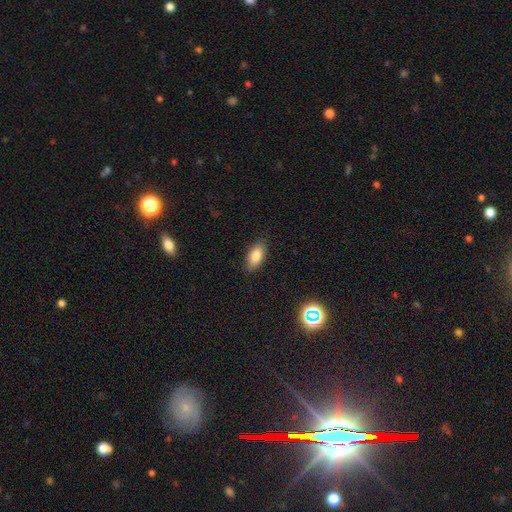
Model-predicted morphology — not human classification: smooth-or-featured: smooth: 81% | featured or disk: 11% | star or artifact: 8%
  how-rounded: in between: 87% | cigar-shaped: 10% | round: 3%
  merging: none: 86% | minor disturbance: 11% | major disturbance: 2% | merger: 1%